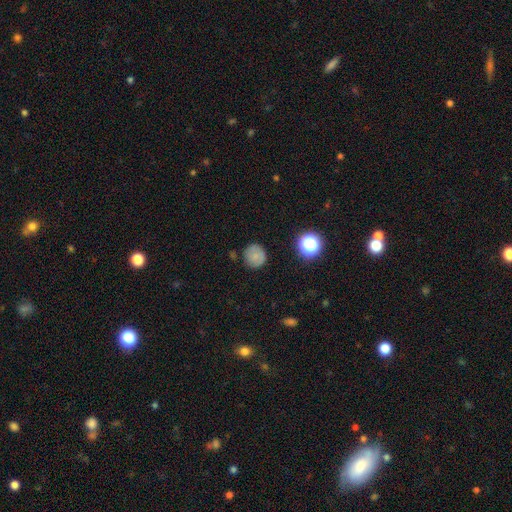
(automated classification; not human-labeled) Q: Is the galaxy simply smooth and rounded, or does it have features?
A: smooth — 75%.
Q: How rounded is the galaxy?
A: round — 92%.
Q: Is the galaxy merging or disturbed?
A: none — 82%.